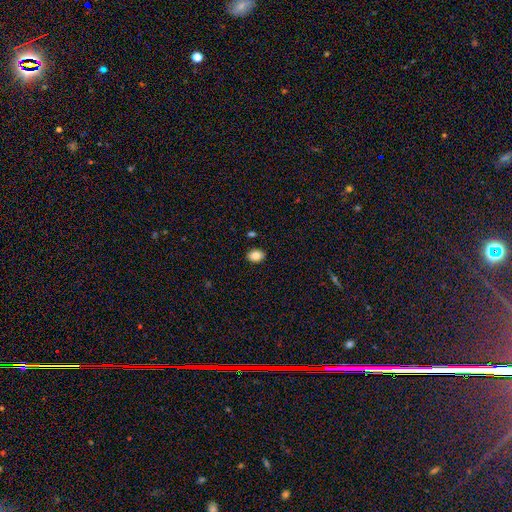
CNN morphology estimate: type=smooth (85%); roundness=in between (68%); merging=none (88%).